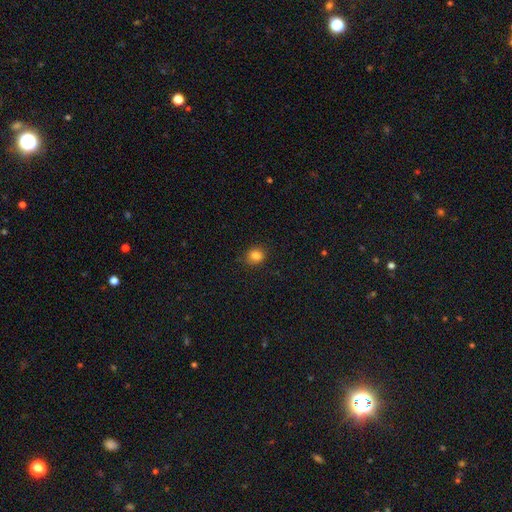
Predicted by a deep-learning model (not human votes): smooth-or-featured: smooth: 84% | star or artifact: 12% | featured or disk: 4%
  how-rounded: round: 71% | in between: 28% | cigar-shaped: 1%
  merging: none: 86% | minor disturbance: 10% | major disturbance: 3% | merger: 1%